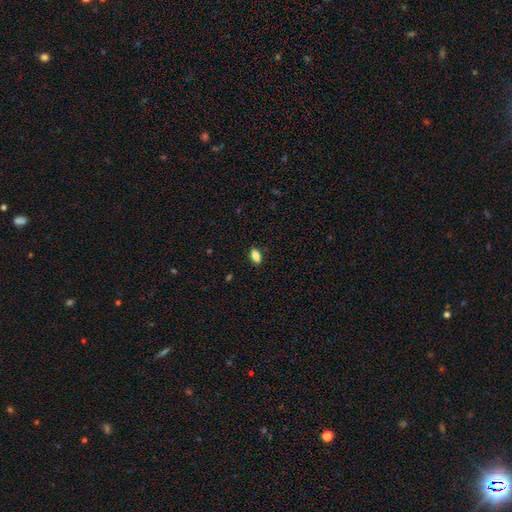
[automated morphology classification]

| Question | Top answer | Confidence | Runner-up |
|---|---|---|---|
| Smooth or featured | smooth | 83% | star or artifact (9%) |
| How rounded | in between | 87% | cigar-shaped (8%) |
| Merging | none | 88% | minor disturbance (9%) |